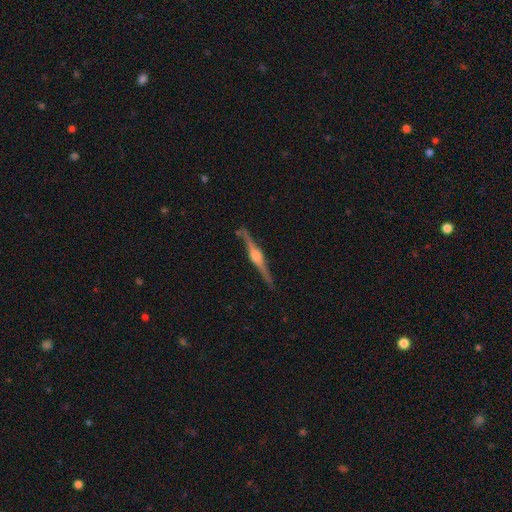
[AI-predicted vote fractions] Smooth or featured? Predicted: featured or disk (p=0.86). Edge-on disk? Predicted: yes (p=0.98). Edge-on bulge? Predicted: rounded (p=0.82). Merging? Predicted: none (p=0.87).